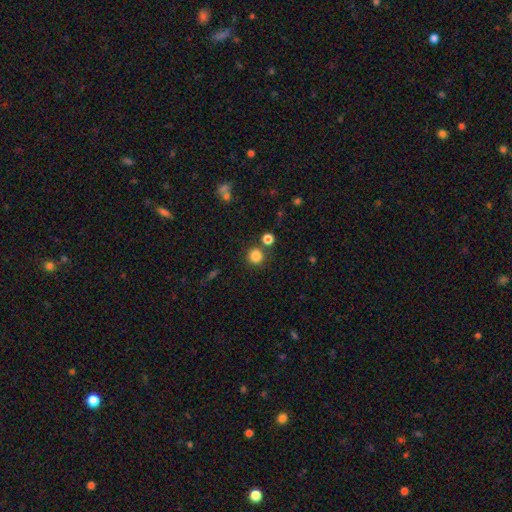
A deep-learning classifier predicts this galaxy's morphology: type=smooth (84%); roundness=round (90%); merging=none (79%).